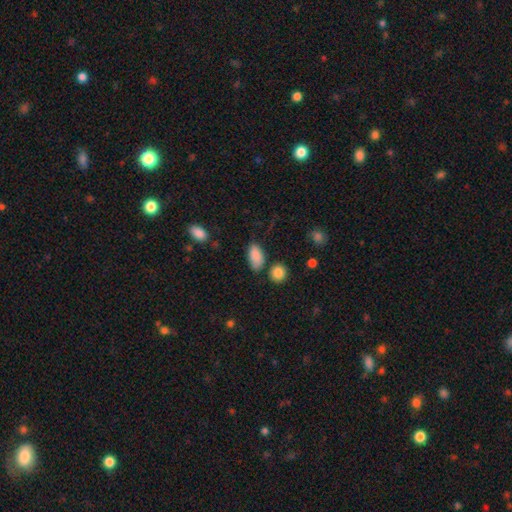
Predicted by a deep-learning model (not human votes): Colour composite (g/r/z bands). It shows a smooth galaxy with no disk features (87%) that is in between round and cigar-shaped (90%). Merging: none (67%).